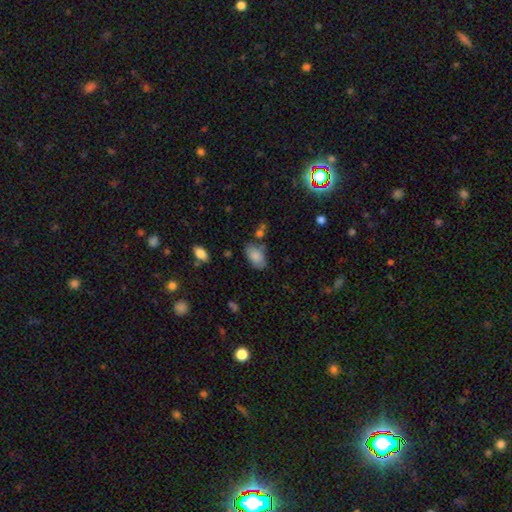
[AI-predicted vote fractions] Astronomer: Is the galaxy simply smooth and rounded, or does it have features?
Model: smooth — 84%.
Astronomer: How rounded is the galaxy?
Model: in between — 93%.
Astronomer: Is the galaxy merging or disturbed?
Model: none — 69%.